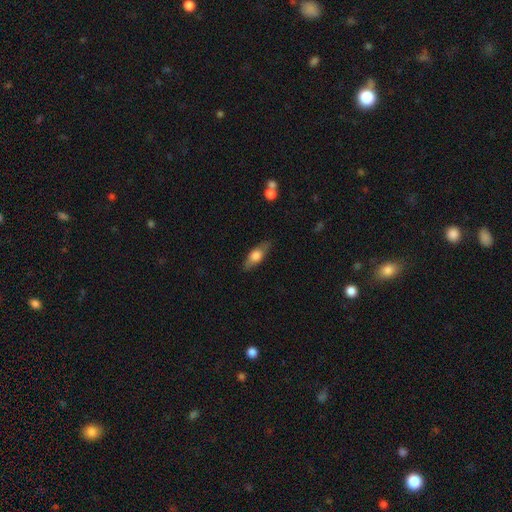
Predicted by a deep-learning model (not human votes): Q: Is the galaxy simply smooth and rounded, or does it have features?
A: smooth — 55%.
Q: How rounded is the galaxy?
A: in between — 64%.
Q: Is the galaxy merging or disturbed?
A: none — 80%.